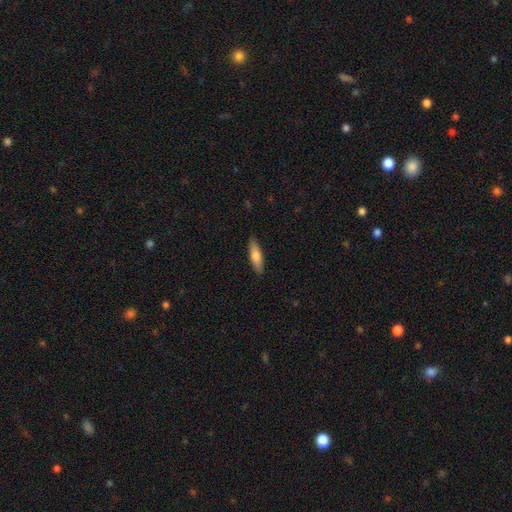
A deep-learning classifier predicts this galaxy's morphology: The model was most divided on "how rounded": cigar-shaped: 61%, in between: 38%, round: 2%. More confident: merging — none (88%); smooth or featured — smooth (71%).